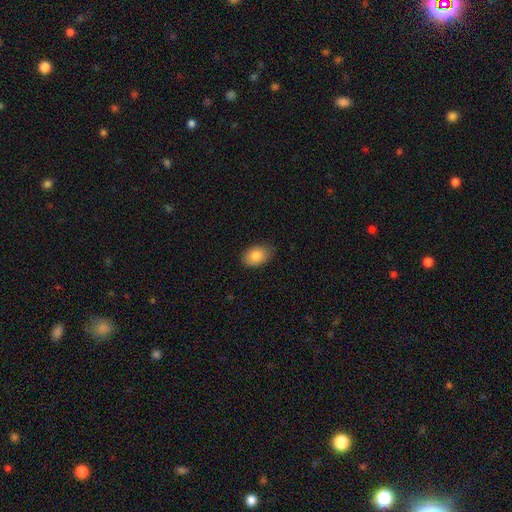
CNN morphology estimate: The model was most divided on "merging": none: 80%, minor disturbance: 17%, major disturbance: 3%, merger: 1%. More confident: how rounded — in between (87%); smooth or featured — smooth (87%).